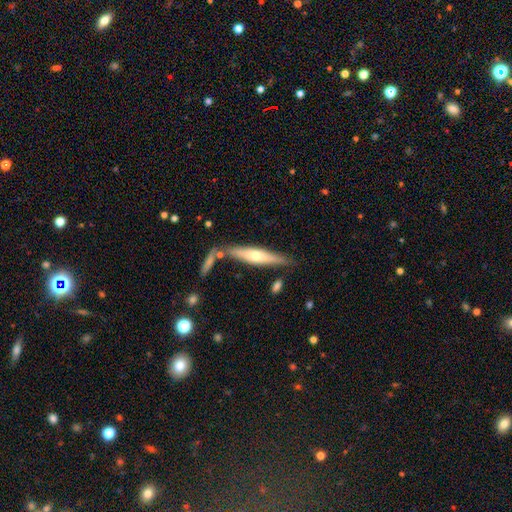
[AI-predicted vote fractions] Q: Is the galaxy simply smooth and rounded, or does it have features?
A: featured or disk — 49%.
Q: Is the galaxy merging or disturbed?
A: none — 75%.